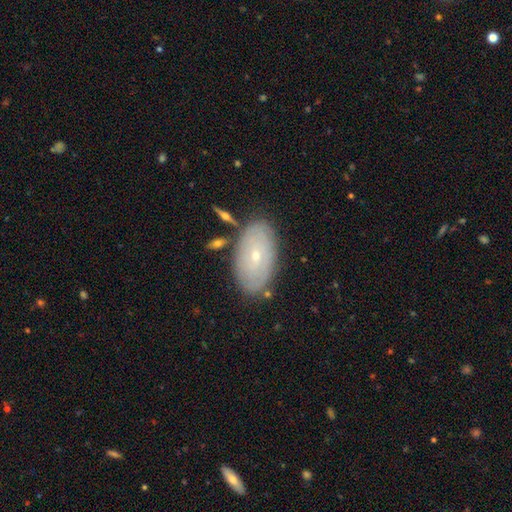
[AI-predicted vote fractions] Smooth or featured? Predicted: featured or disk (p=0.52). Edge-on disk? Predicted: no (p=0.90). Merging? Predicted: none (p=0.79).